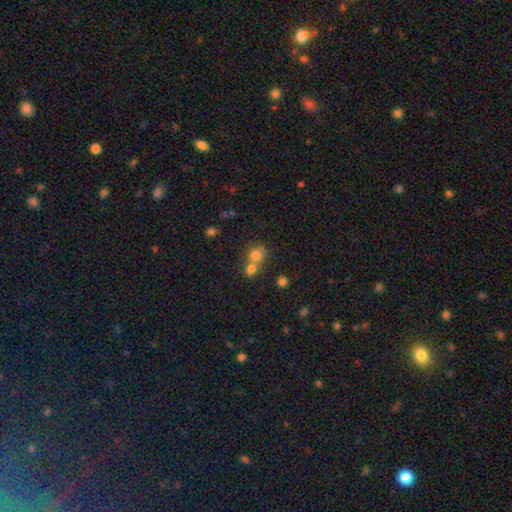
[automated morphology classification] smooth 74%, star or artifact 13%, featured or disk 12%. Down the decision tree: how rounded — round (67%); merging — merger (63%).